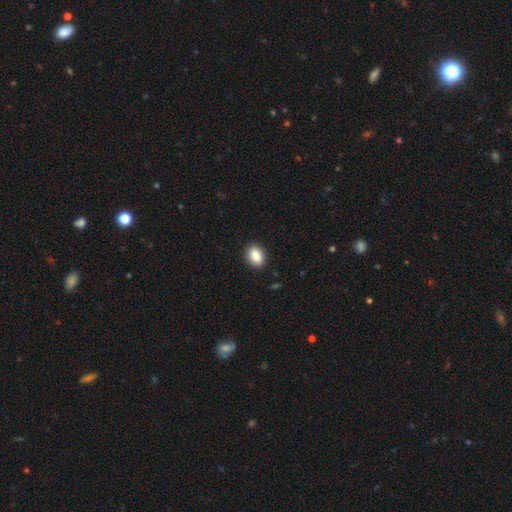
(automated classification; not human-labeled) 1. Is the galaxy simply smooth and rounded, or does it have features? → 86% smooth, 8% star or artifact, 6% featured or disk.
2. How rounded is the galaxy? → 78% in between, 20% round, 2% cigar-shaped.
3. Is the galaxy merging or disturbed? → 90% none, 7% minor disturbance, 2% major disturbance, 1% merger.